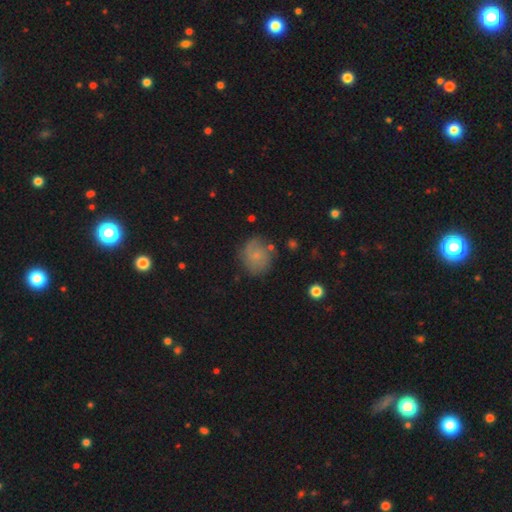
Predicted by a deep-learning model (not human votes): Smooth or featured? smooth (59%)
How rounded? round (80%)
Merging? none (70%)